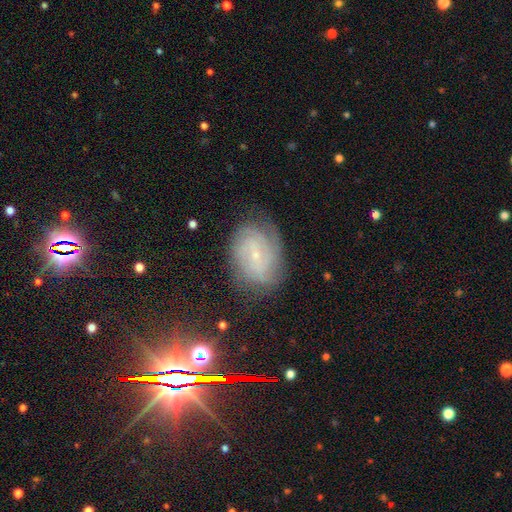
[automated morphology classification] Overall: featured or disk (72%). Edge-on disk: no (96%). Bar: no (47%; weak 42%). Spiral arms: yes (92%). Spiral arm count: can't tell (42%; 2 23%). Spiral winding: tight (60%; medium 30%). Bulge size: small (83%). Merging: none (75%).